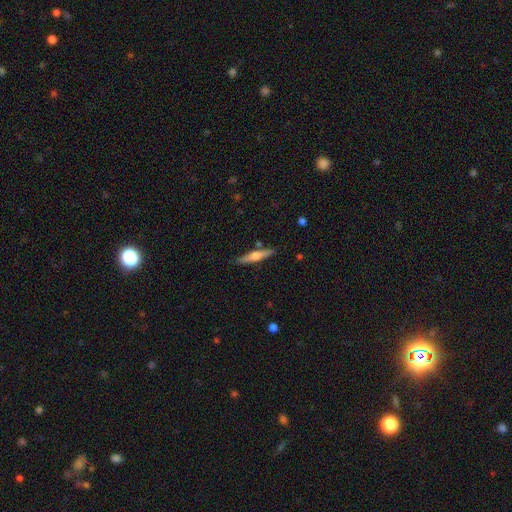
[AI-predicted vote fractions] The model was most divided on "smooth or featured": featured or disk: 56%, smooth: 38%, star or artifact: 6%. More confident: edge-on disk — yes (96%); edge-on bulge — rounded (87%); merging — none (86%).